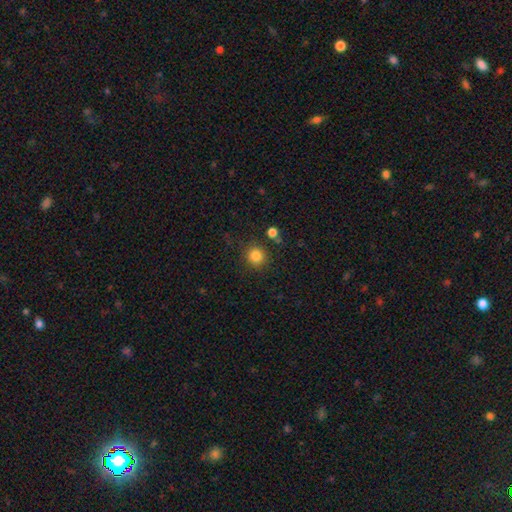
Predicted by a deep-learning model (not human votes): A smooth galaxy with no disk features (84%) that is round (92%).

Vote fractions:
- Smooth or featured? smooth: 84% / star or artifact: 12% / featured or disk: 5%
- How rounded? round: 92% / in between: 7% / cigar-shaped: 1%
- Merging? none: 85% / minor disturbance: 8% / merger: 4% / major disturbance: 3%